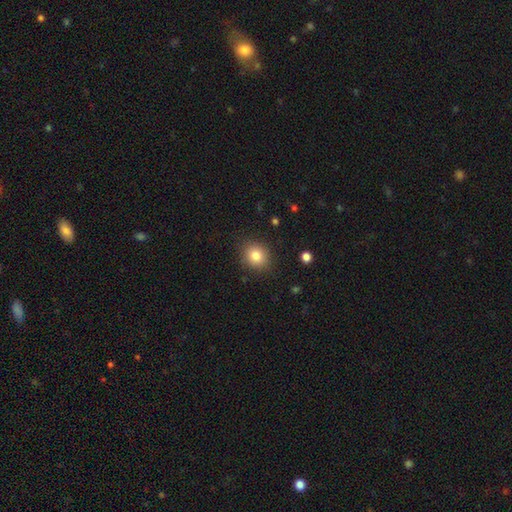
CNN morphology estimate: Smooth or featured? Predicted: smooth (p=0.83). How rounded? Predicted: round (p=0.69). Merging? Predicted: none (p=0.86).